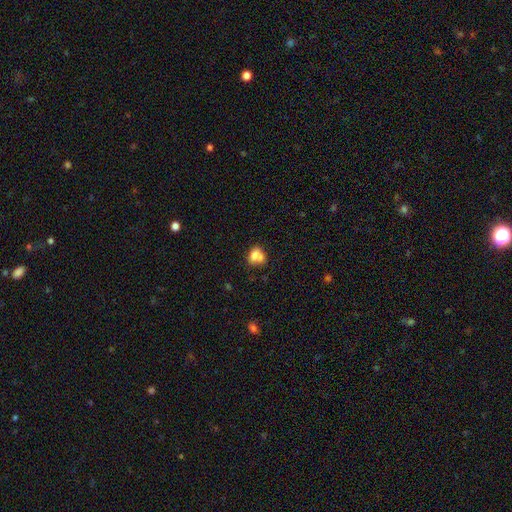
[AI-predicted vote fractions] Overall: smooth (73%). How rounded: in between (51%; round 48%). Merging: merger (46%; none 33%).